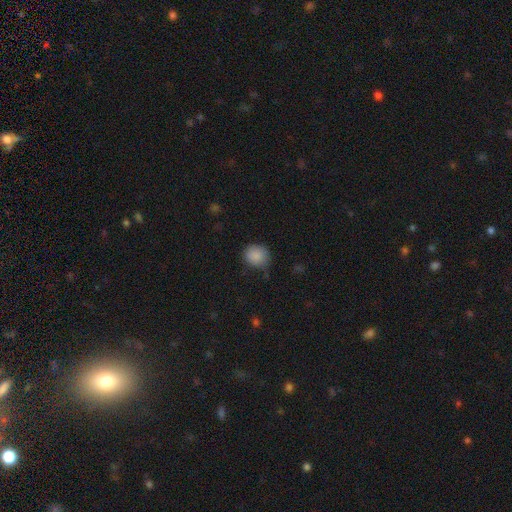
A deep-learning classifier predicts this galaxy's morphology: smooth_or_featured: smooth (p=0.88) [alt: star or artifact p=0.08]
how_rounded: round (p=0.84) [alt: in between p=0.15]
merging: none (p=0.74) [alt: minor disturbance p=0.20]